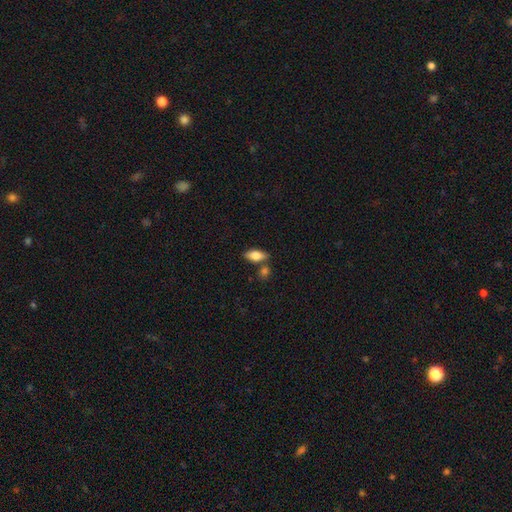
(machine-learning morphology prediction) This is likely a smooth galaxy (71%). How rounded: likely in between (79%). Merging: likely none (72%).